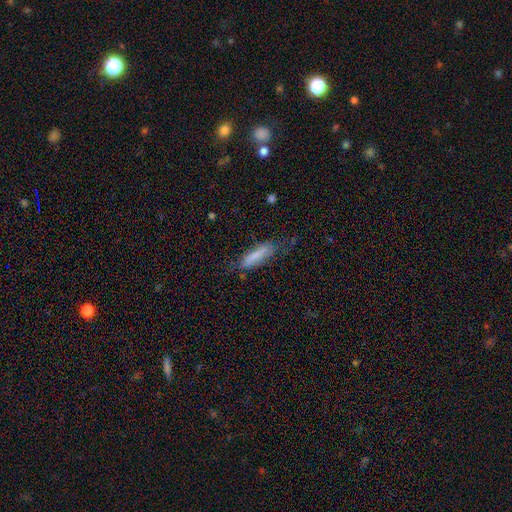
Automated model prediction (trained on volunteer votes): Morphology: type=smooth (71%); roundness=cigar-shaped (62%); merging=none (55%).